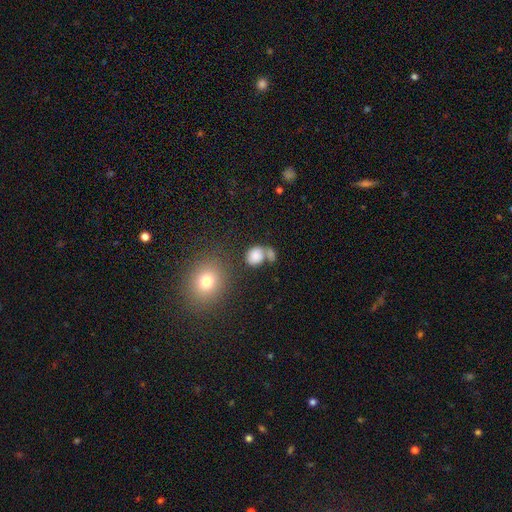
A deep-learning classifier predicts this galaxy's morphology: smooth_or_featured: smooth (p=0.81) [alt: star or artifact p=0.11]
how_rounded: round (p=0.60) [alt: in between p=0.38]
merging: none (p=0.44) [alt: merger p=0.35]